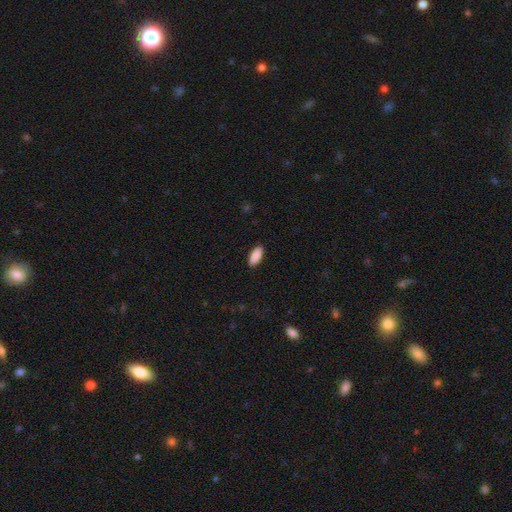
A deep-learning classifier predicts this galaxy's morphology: smooth_or_featured: smooth (p=0.91) [alt: star or artifact p=0.06]
how_rounded: in between (p=0.88) [alt: cigar-shaped p=0.11]
merging: none (p=0.89) [alt: minor disturbance p=0.08]